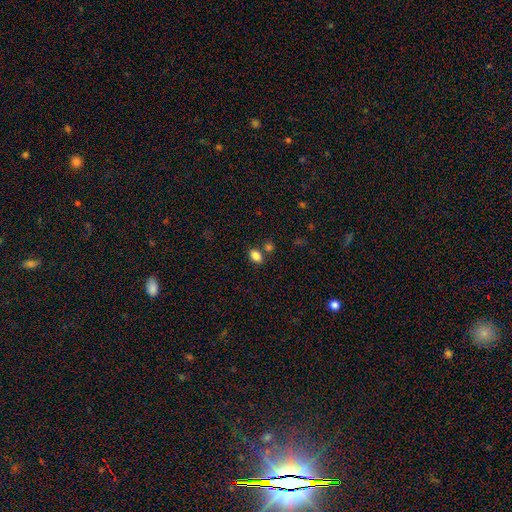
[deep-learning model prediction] smooth 85%, star or artifact 10%, featured or disk 5%. Down the decision tree: how rounded — in between (84%); merging — none (71%).